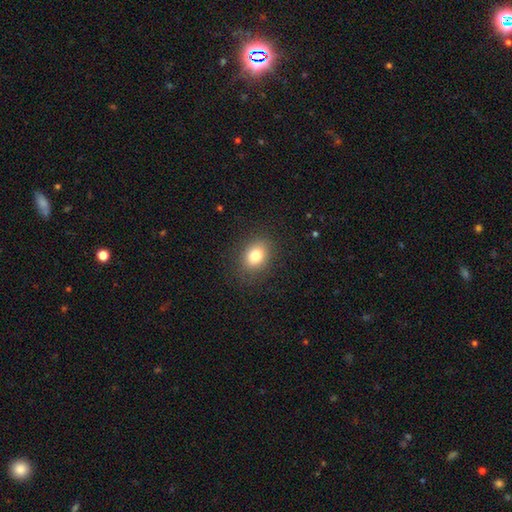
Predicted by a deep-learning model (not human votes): Morphology: type=smooth (80%); roundness=in between (64%); merging=none (85%).